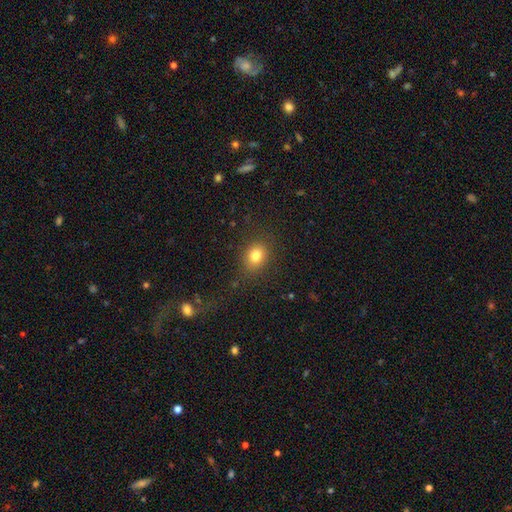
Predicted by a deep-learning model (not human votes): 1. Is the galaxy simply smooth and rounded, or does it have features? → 79% smooth, 12% star or artifact, 8% featured or disk.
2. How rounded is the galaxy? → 54% in between, 44% round, 1% cigar-shaped.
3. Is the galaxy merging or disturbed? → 83% none, 11% minor disturbance, 4% major disturbance, 1% merger.